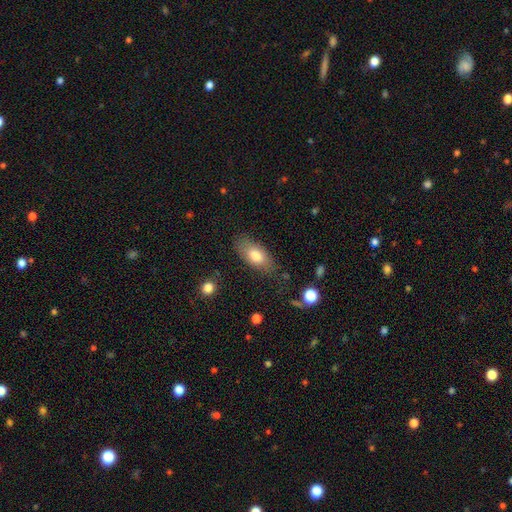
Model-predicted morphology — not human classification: smooth-or-featured: smooth: 77% | featured or disk: 17% | star or artifact: 7%
  how-rounded: in between: 88% | cigar-shaped: 9% | round: 4%
  merging: none: 76% | minor disturbance: 17% | major disturbance: 5% | merger: 2%